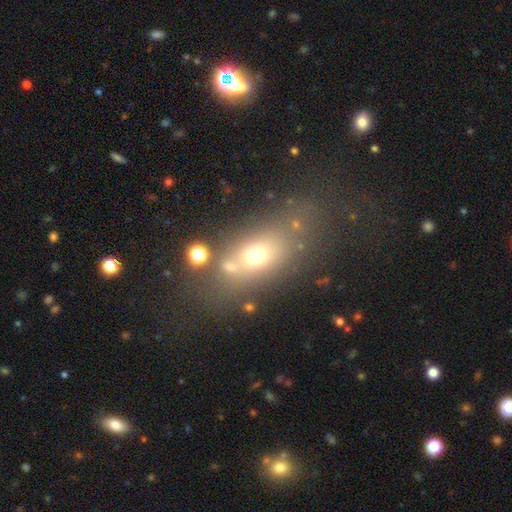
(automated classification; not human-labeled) smooth-or-featured: smooth: 61% | featured or disk: 21% | star or artifact: 18%
  how-rounded: in between: 66% | round: 22% | cigar-shaped: 11%
  merging: none: 58% | minor disturbance: 16% | merger: 15% | major disturbance: 11%